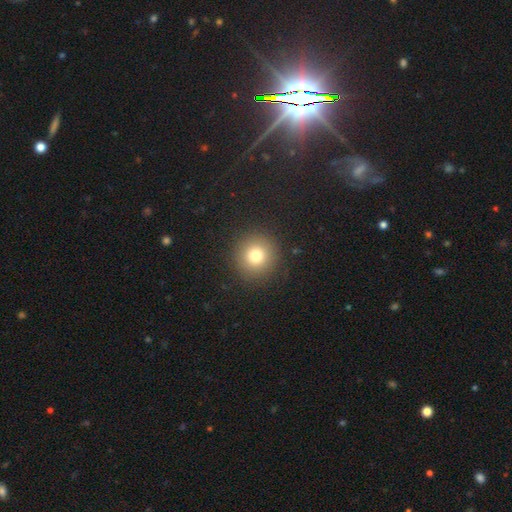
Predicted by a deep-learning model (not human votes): A smooth galaxy with no disk features (78%) that is round (93%).

Vote fractions:
- Smooth or featured? smooth: 78% / star or artifact: 13% / featured or disk: 9%
- How rounded? round: 93% / in between: 6% / cigar-shaped: 1%
- Merging? none: 90% / minor disturbance: 6% / major disturbance: 3% / merger: 1%